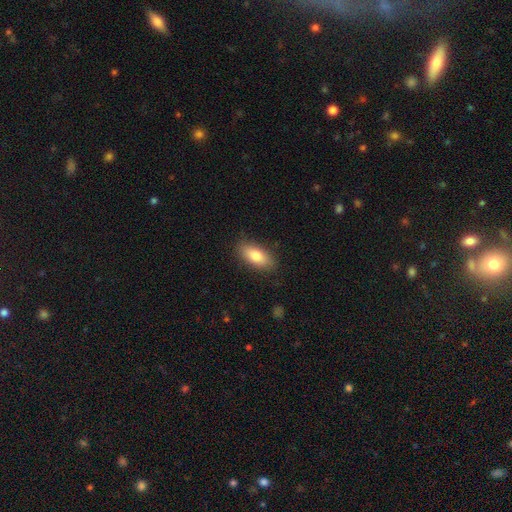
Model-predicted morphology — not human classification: Smooth or featured: smooth — 82% (featured or disk — 11%)
How rounded: in between — 83% (cigar-shaped — 14%)
Merging: none — 85% (minor disturbance — 11%)